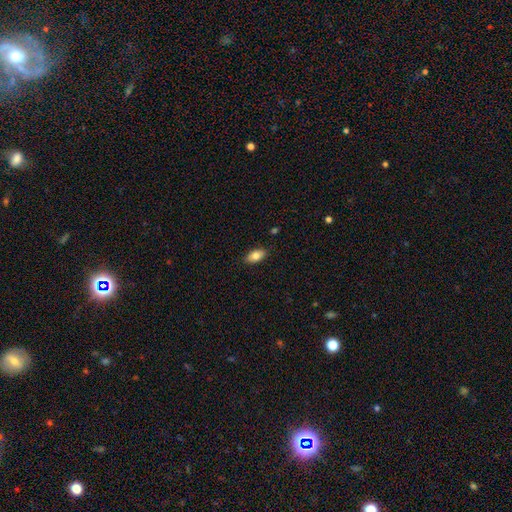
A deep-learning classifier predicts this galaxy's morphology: Q: Smooth or featured?
A: smooth (82%); runner-up: featured or disk (11%)
Q: How rounded?
A: in between (92%); runner-up: cigar-shaped (4%)
Q: Merging?
A: none (88%); runner-up: minor disturbance (9%)